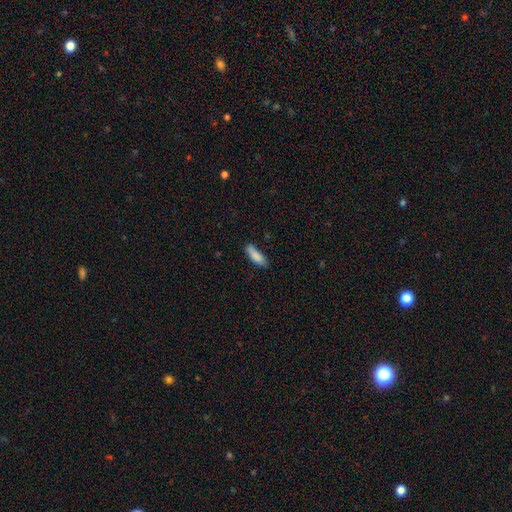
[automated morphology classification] Smooth or featured: smooth — 86% (featured or disk — 7%)
How rounded: cigar-shaped — 49% (tied with in between — 49%)
Merging: none — 73% (minor disturbance — 21%)